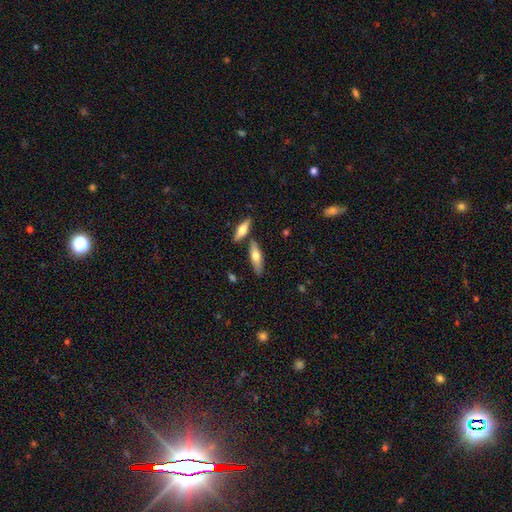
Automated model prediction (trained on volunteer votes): Smooth or featured: smooth — 62% (featured or disk — 33%)
How rounded: cigar-shaped — 54% (in between — 44%)
Merging: none — 73% (merger — 13%)